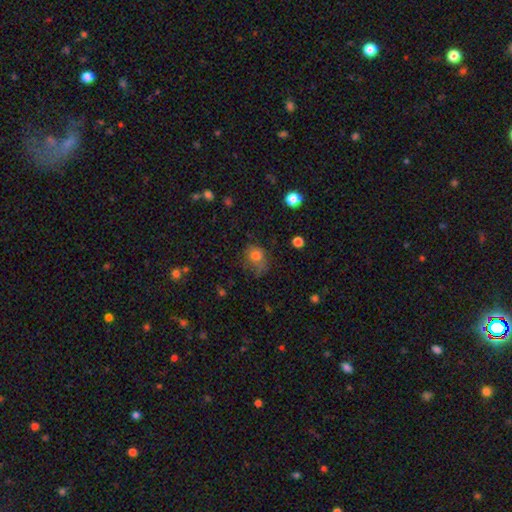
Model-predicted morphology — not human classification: Smooth or featured? smooth (76%)
How rounded? round (63%)
Merging? none (48%)